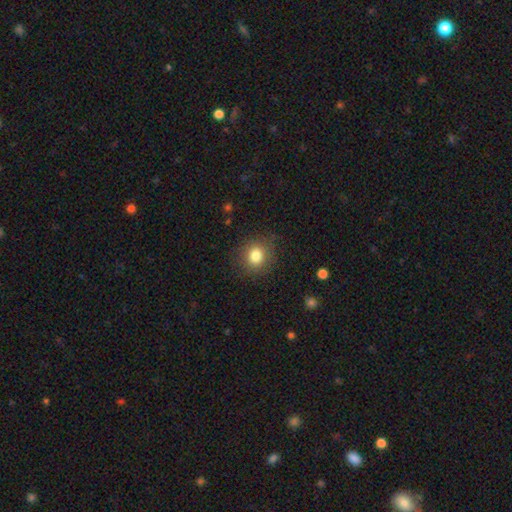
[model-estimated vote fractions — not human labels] A smooth galaxy with no disk features (83%) that is round (73%).

Vote fractions:
- Smooth or featured? smooth: 83% / star or artifact: 10% / featured or disk: 7%
- How rounded? round: 73% / in between: 26% / cigar-shaped: 1%
- Merging? none: 84% / minor disturbance: 11% / major disturbance: 4% / merger: 1%